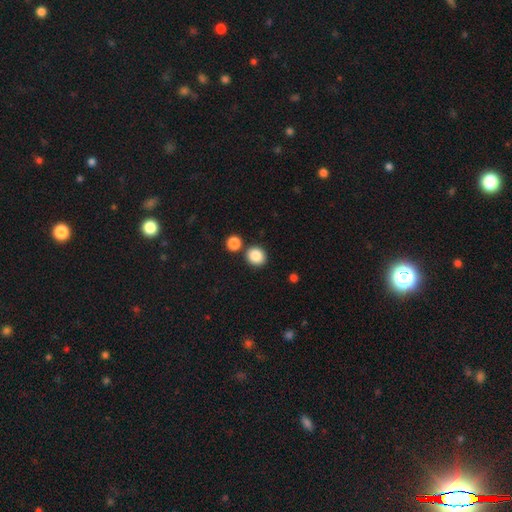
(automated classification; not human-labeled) Smooth or featured? Predicted: smooth (p=0.87). How rounded? Predicted: round (p=0.81). Merging? Predicted: none (p=0.78).